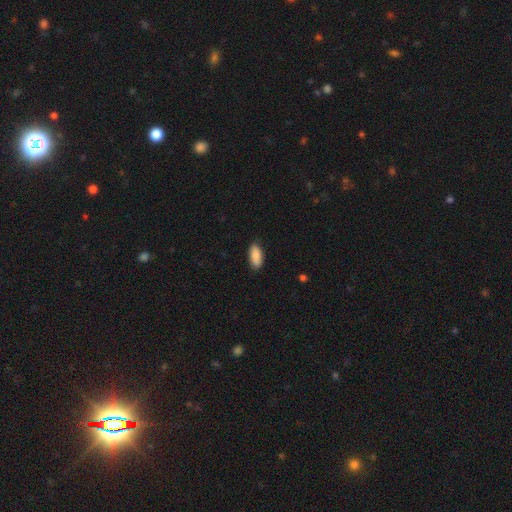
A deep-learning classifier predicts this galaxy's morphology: smooth 88%, star or artifact 6%, featured or disk 6%. Down the decision tree: how rounded — in between (91%); merging — none (87%).